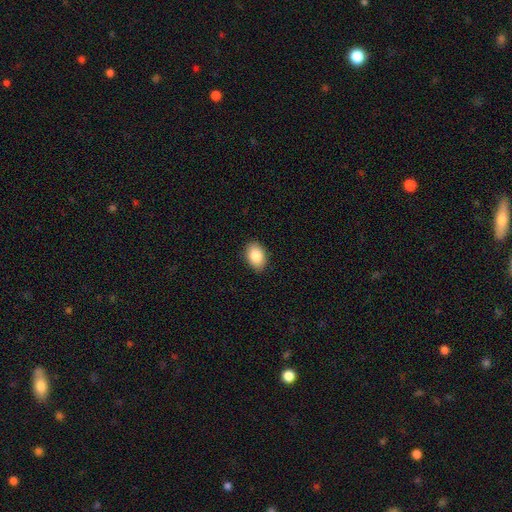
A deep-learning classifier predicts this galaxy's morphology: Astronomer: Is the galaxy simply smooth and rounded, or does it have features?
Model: smooth — 87%.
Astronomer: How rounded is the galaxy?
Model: in between — 85%.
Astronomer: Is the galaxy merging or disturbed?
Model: none — 89%.